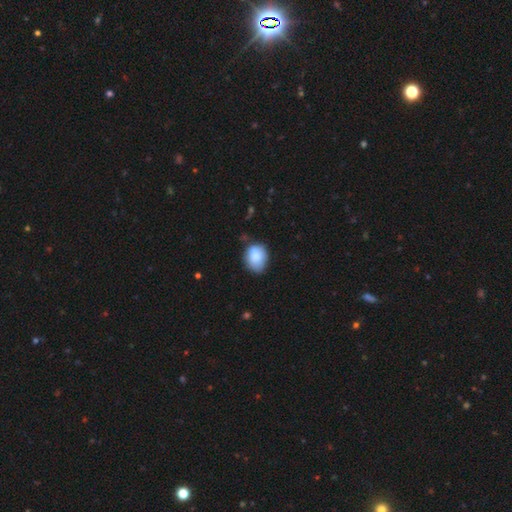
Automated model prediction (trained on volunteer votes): Overall: smooth (81%). How rounded: in between (58%; round 41%). Merging: none (56%; minor disturbance 30%).